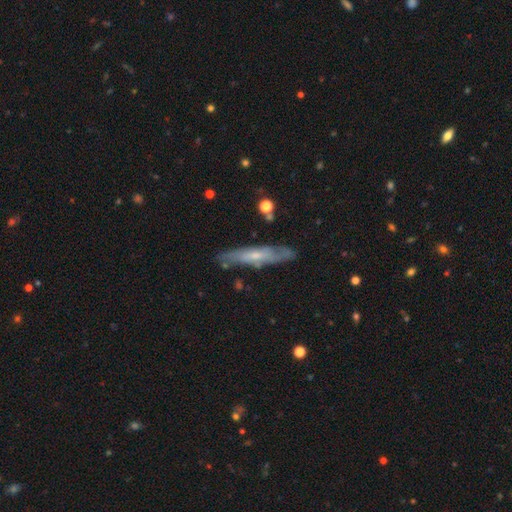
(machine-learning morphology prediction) smooth-or-featured: featured or disk: 61% | smooth: 33% | star or artifact: 6%
  disk-edge-on: yes: 59% | no: 41%
  merging: none: 81% | minor disturbance: 14% | major disturbance: 3% | merger: 2%